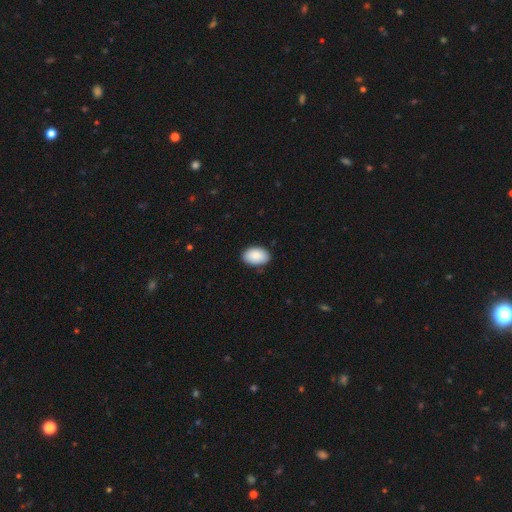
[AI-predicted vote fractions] Smooth or featured? Predicted: smooth (p=0.89). How rounded? Predicted: in between (p=0.92). Merging? Predicted: none (p=0.86).